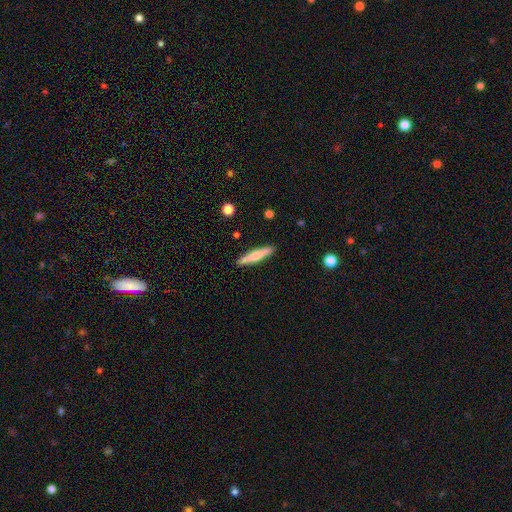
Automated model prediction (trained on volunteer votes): Smooth or featured? Predicted: smooth (p=0.50). How rounded? Predicted: cigar-shaped (p=0.89). Merging? Predicted: none (p=0.89).